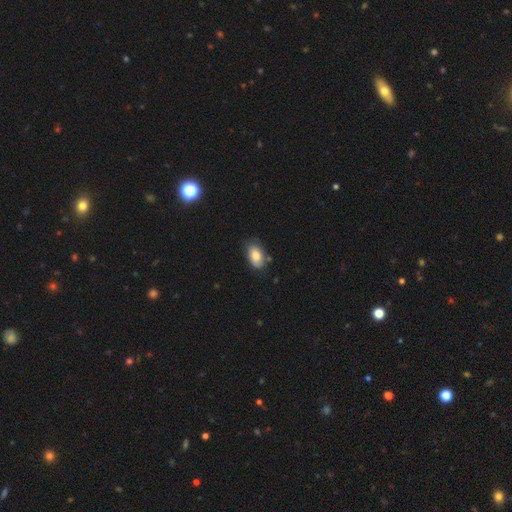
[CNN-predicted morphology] Smooth or featured? Predicted: smooth (p=0.79). How rounded? Predicted: in between (p=0.92). Merging? Predicted: none (p=0.68).